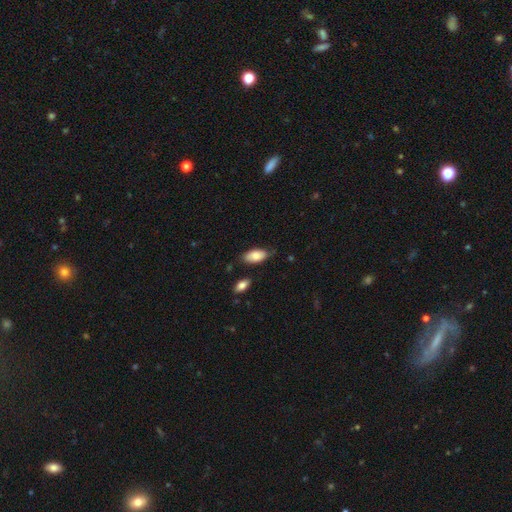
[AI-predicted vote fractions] This is clearly a smooth galaxy (84%). How rounded: clearly in between (91%). Merging: likely none (73%).